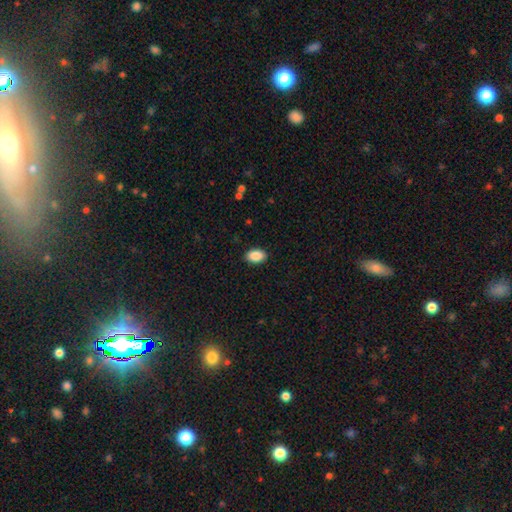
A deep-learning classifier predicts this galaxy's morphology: This is clearly a smooth galaxy (90%). How rounded: clearly in between (89%). Merging: clearly none (89%).